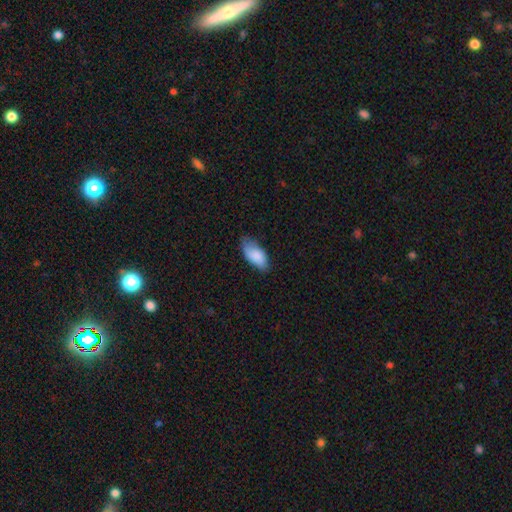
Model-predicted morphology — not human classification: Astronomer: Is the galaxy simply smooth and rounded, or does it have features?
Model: smooth — 83%.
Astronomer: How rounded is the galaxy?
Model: in between — 91%.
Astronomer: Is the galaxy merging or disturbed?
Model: none — 64%.